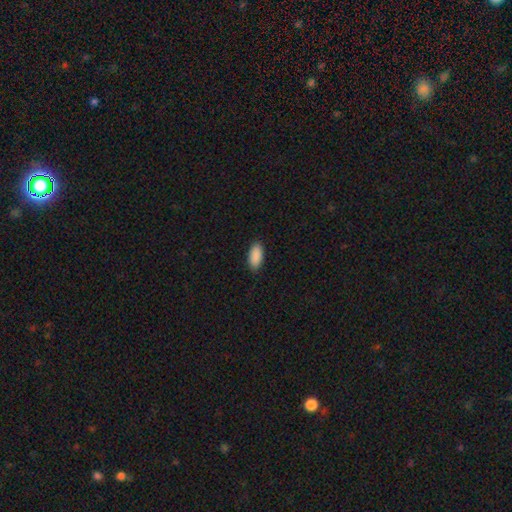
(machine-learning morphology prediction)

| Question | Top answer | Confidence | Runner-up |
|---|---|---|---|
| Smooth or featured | smooth | 91% | star or artifact (6%) |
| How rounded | in between | 89% | cigar-shaped (9%) |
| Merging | none | 89% | minor disturbance (8%) |